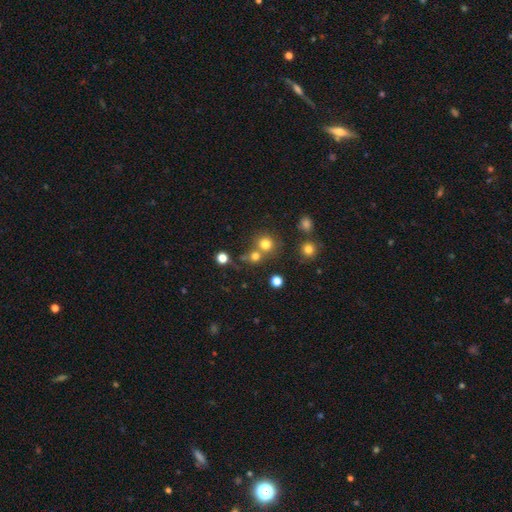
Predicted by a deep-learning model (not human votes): This appears to be a smooth galaxy with no disk features (54%) that is round (88%). Merging: none (61%).